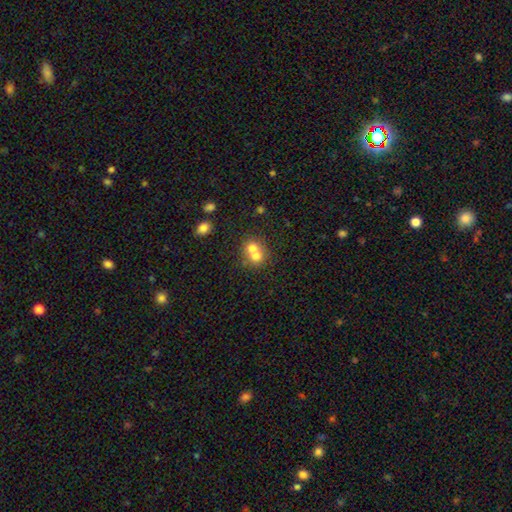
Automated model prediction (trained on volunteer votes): smooth_or_featured: smooth (p=0.69) [alt: featured or disk p=0.20]
how_rounded: round (p=0.75) [alt: in between p=0.24]
merging: merger (p=0.66) [alt: none p=0.27]